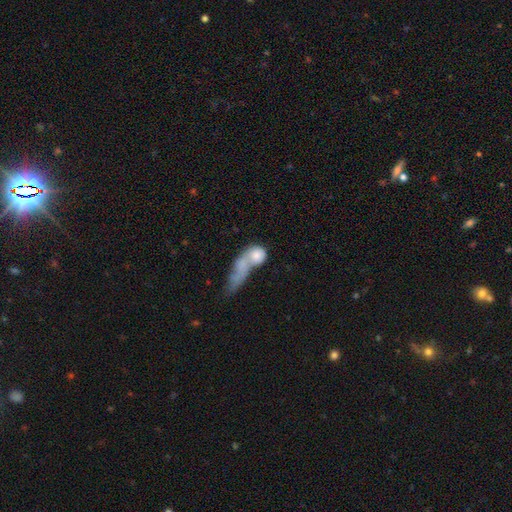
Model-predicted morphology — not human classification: A smooth galaxy with no disk features (71%) that is round (53%).

Vote fractions:
- Smooth or featured? smooth: 71% / featured or disk: 21% / star or artifact: 8%
- How rounded? round: 53% / in between: 34% / cigar-shaped: 13%
- Merging? merger: 58% / major disturbance: 17% / none: 16% / minor disturbance: 9%